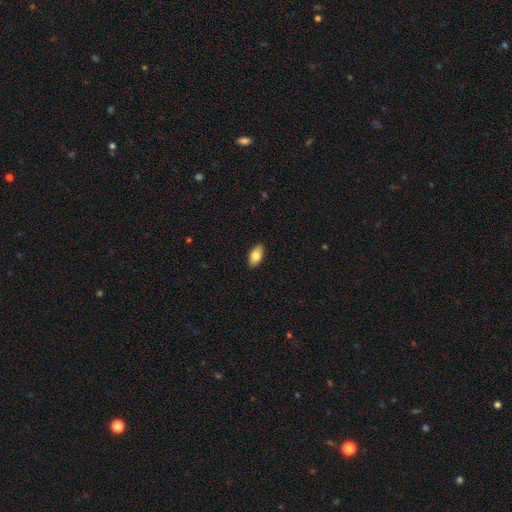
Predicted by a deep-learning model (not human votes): A smooth galaxy with no disk features (80%) that is in between round and cigar-shaped (92%). Merging: none (90%).